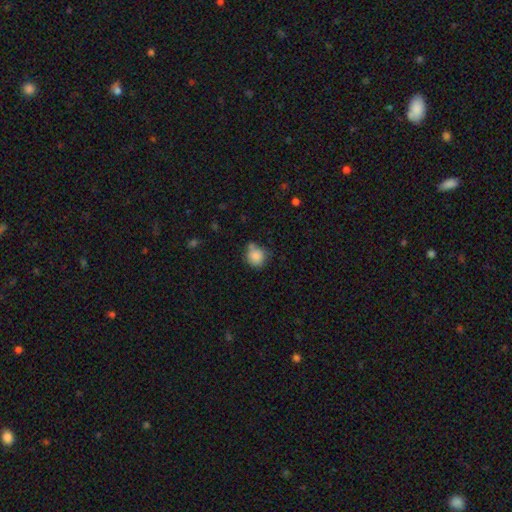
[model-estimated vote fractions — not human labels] A smooth galaxy with no disk features (84%) that is round (82%). Merging: none (58%).